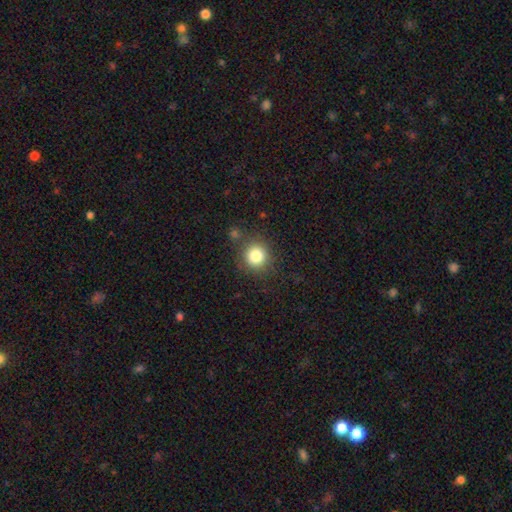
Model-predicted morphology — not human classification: type=smooth (82%); roundness=round (90%); merging=none (82%).